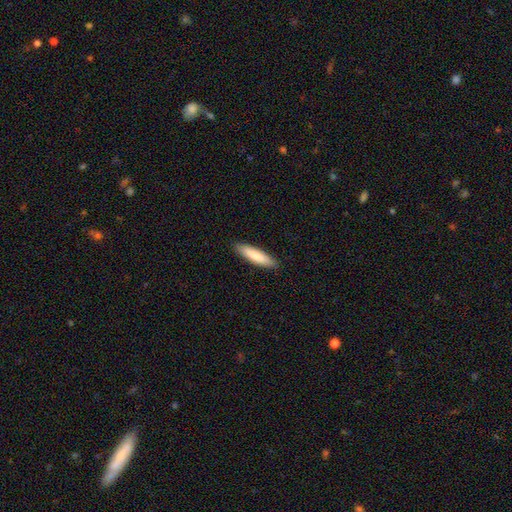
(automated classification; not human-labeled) Smooth or featured?
  - smooth: 83% *
  - featured or disk: 12%
  - star or artifact: 5%
How rounded?
  - cigar-shaped: 77% *
  - in between: 22%
  - round: 1%
Merging?
  - none: 90% *
  - minor disturbance: 7%
  - major disturbance: 1%
  - merger: 1%